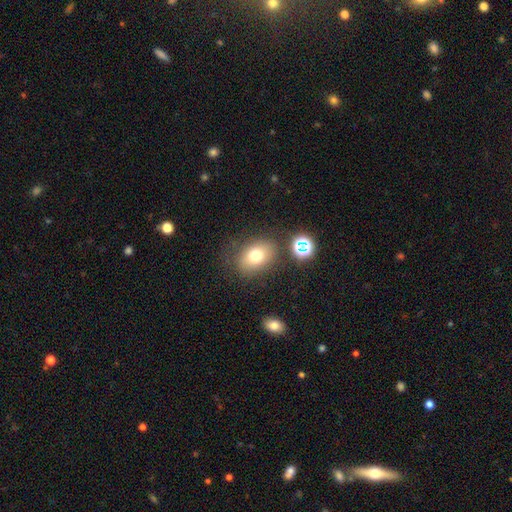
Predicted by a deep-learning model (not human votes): A smooth galaxy with no disk features (74%) that is in between round and cigar-shaped (71%).

Vote fractions:
- Smooth or featured? smooth: 74% / featured or disk: 13% / star or artifact: 13%
- How rounded? in between: 71% / round: 28% / cigar-shaped: 1%
- Merging? none: 76% / minor disturbance: 14% / major disturbance: 6% / merger: 5%